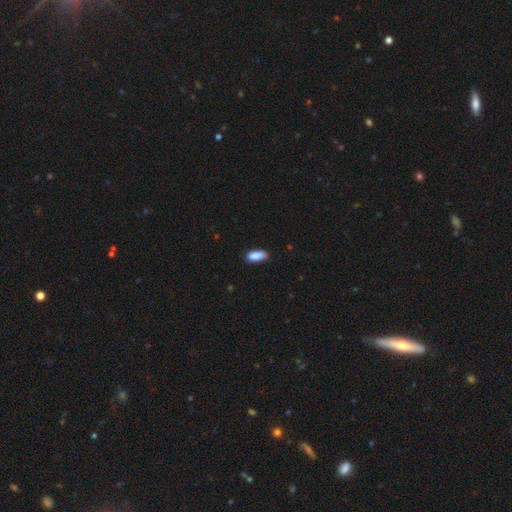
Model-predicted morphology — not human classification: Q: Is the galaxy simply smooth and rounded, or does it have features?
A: smooth — 88%.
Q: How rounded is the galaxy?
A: in between — 75%.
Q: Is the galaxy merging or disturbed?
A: none — 78%.